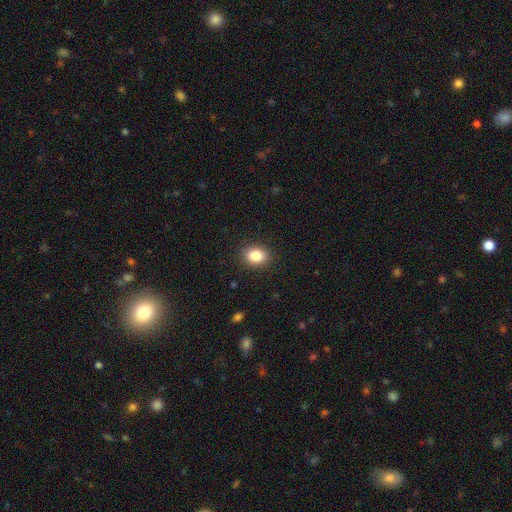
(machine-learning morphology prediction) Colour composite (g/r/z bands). It shows a smooth galaxy with no disk features (85%) that is in between round and cigar-shaped (58%). Merging: none (89%).